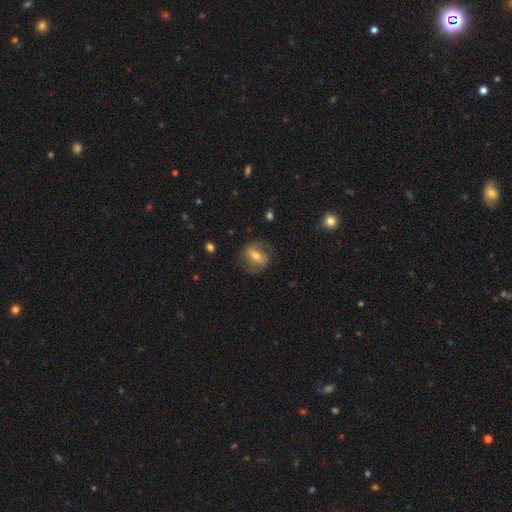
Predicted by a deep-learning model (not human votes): Overall: featured or disk (56%; smooth 36%). Edge-on disk: no (93%). Bar: strong (39%, tied with weak). Spiral arms: yes (69%; no 31%). Bulge size: moderate (66%; small 26%). Merging: none (70%).